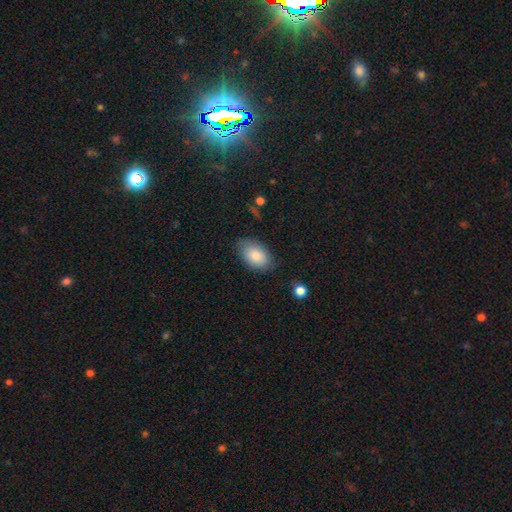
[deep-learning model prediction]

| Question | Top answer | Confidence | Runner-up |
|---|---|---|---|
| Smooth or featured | smooth | 82% | featured or disk (11%) |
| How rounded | in between | 91% | round (7%) |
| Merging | none | 75% | minor disturbance (19%) |